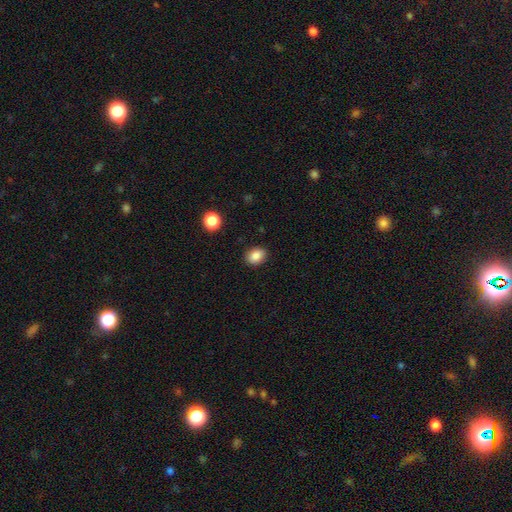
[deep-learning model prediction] smooth-or-featured: smooth: 86% | star or artifact: 9% | featured or disk: 5%
  how-rounded: in between: 63% | round: 36% | cigar-shaped: 1%
  merging: none: 88% | minor disturbance: 9% | major disturbance: 2% | merger: 1%